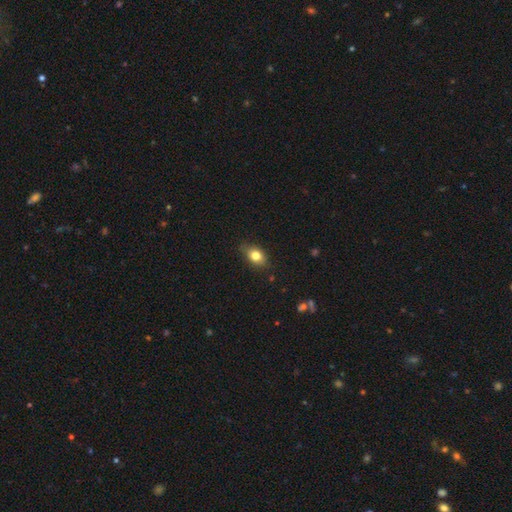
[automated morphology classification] Q: Smooth or featured?
A: smooth (78%); runner-up: featured or disk (13%)
Q: How rounded?
A: in between (78%); runner-up: round (19%)
Q: Merging?
A: none (80%); runner-up: minor disturbance (16%)